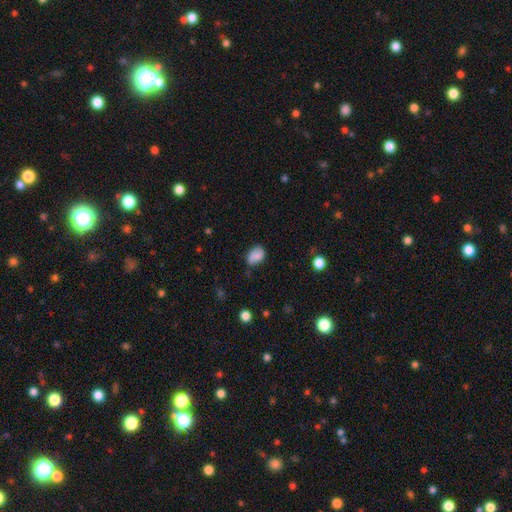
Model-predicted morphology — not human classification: smooth 81%, featured or disk 10%, star or artifact 9%. Down the decision tree: how rounded — in between (78%); merging — none (61%).